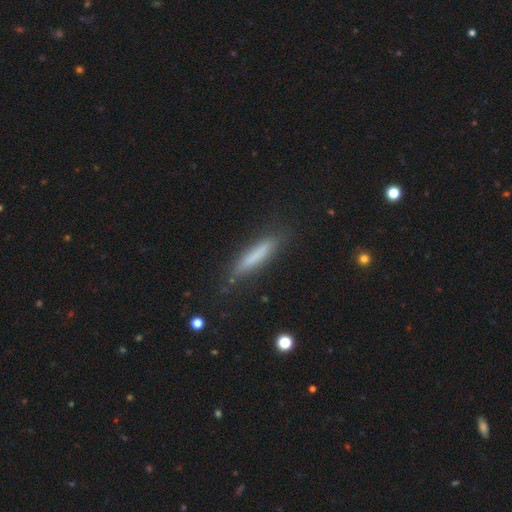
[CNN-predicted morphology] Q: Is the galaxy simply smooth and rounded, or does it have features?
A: smooth — 71%.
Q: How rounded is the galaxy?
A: cigar-shaped — 89%.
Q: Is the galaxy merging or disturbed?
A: none — 82%.